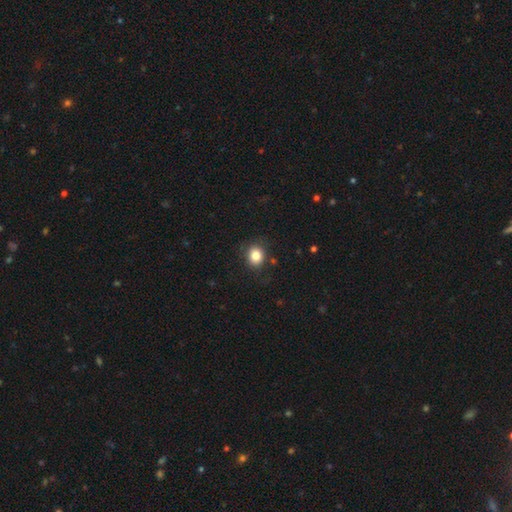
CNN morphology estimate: smooth_or_featured: smooth (p=0.84) [alt: star or artifact p=0.10]
how_rounded: round (p=0.67) [alt: in between p=0.32]
merging: none (p=0.84) [alt: minor disturbance p=0.11]